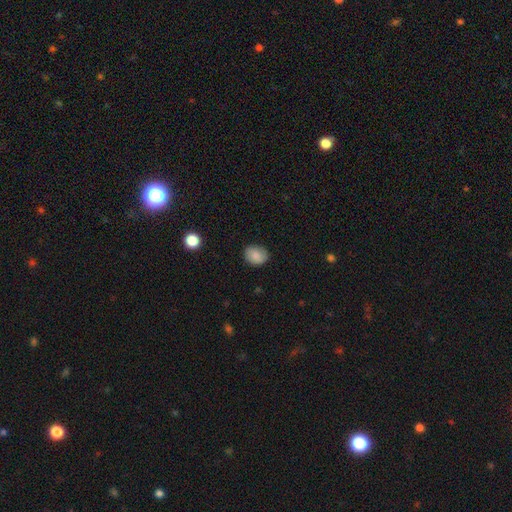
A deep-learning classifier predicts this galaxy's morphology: Overall: smooth (82%). How rounded: round (52%; in between 47%). Merging: none (81%).